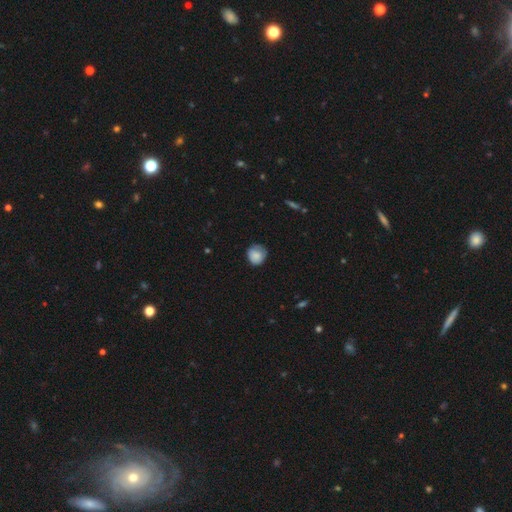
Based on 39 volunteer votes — Smooth or featured?
  - smooth: 90% *
  - featured or disk: 8%
  - star or artifact: 3%
How rounded?
  - round: 83% *
  - in between: 17%
  - cigar-shaped: 0%
Merging?
  - none: 66% *
  - minor disturbance: 21%
  - major disturbance: 11%
  - merger: 3%